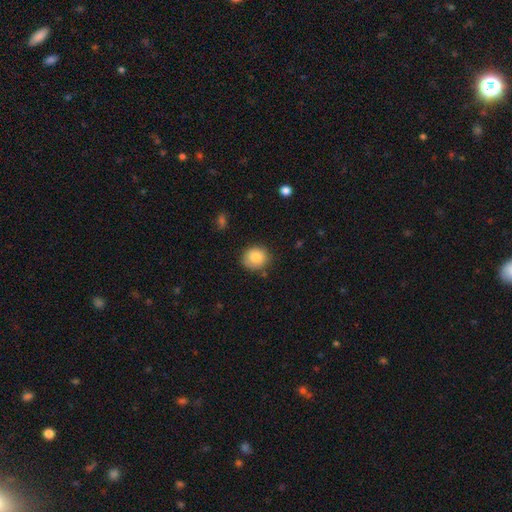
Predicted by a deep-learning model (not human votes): This is clearly a smooth galaxy (85%). How rounded: clearly round (81%). Merging: likely none (79%).